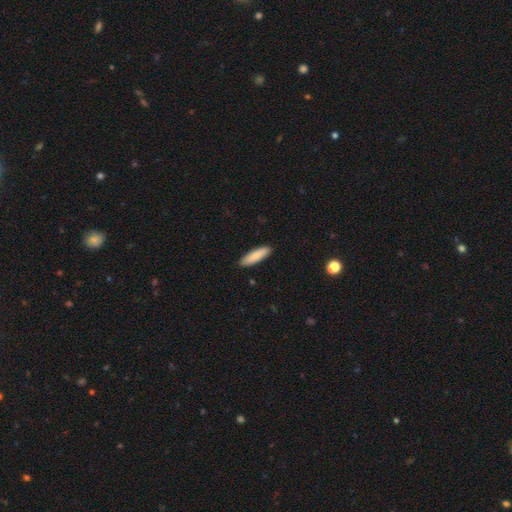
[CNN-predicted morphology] This appears to be a smooth galaxy with no disk features (85%) that is cigar-shaped (62%). Merging: none (90%).